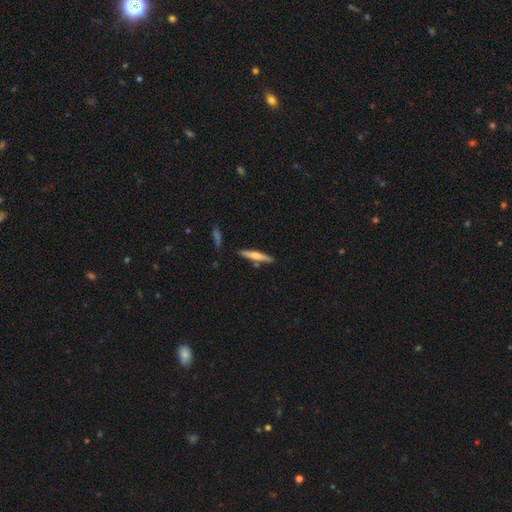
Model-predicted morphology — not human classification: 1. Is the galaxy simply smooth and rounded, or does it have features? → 57% smooth, 38% featured or disk, 5% star or artifact.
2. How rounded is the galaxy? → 90% cigar-shaped, 8% in between, 2% round.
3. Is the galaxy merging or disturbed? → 83% none, 10% minor disturbance, 5% merger, 2% major disturbance.